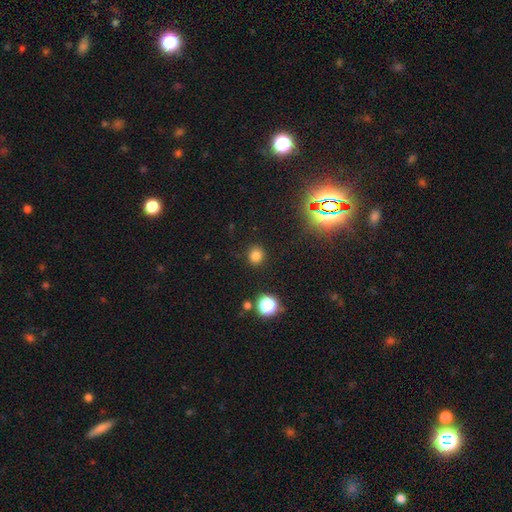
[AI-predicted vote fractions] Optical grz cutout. It shows a smooth galaxy with no disk features (77%) that is round (88%). Merging: none (89%).